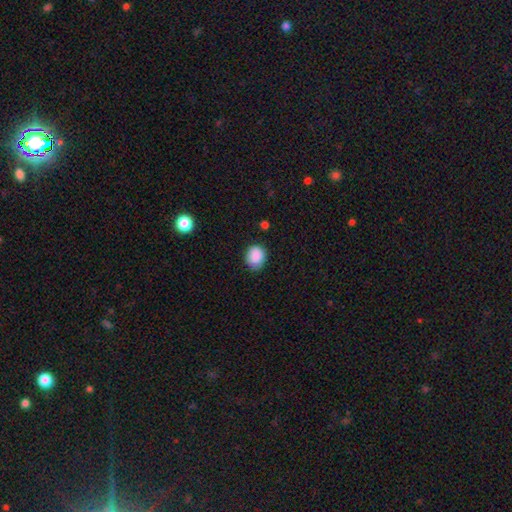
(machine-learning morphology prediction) Smooth or featured?
  - smooth: 88% *
  - star or artifact: 8%
  - featured or disk: 3%
How rounded?
  - round: 63% *
  - in between: 36%
  - cigar-shaped: 1%
Merging?
  - none: 79% *
  - minor disturbance: 16%
  - major disturbance: 3%
  - merger: 1%